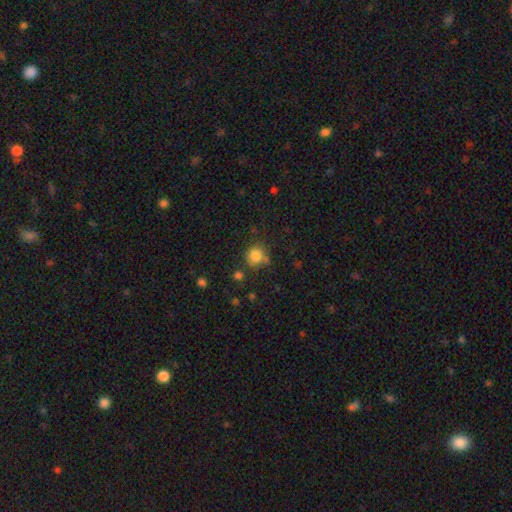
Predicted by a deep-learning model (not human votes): The model was most divided on "merging": none: 71%, minor disturbance: 14%, merger: 10%, major disturbance: 4%. More confident: how rounded — round (88%); smooth or featured — smooth (82%).